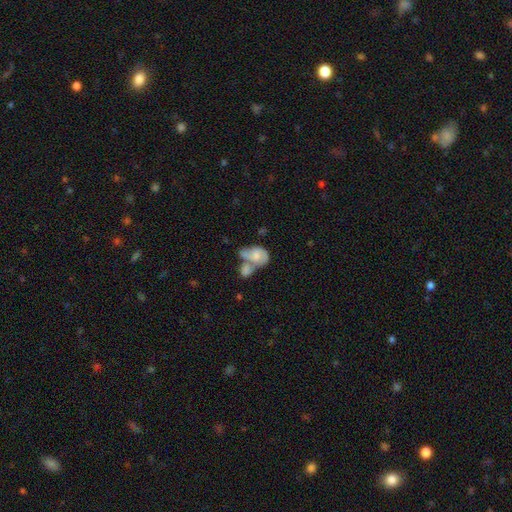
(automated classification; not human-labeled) This appears to be a smooth galaxy with no disk features (49%). Merging: merger (64%).